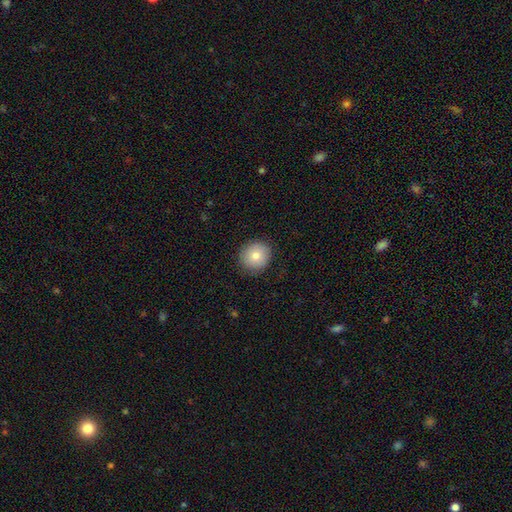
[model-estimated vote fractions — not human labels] smooth_or_featured: smooth (p=0.79) [alt: featured or disk p=0.12]
how_rounded: round (p=0.92) [alt: in between p=0.07]
merging: none (p=0.88) [alt: minor disturbance p=0.09]